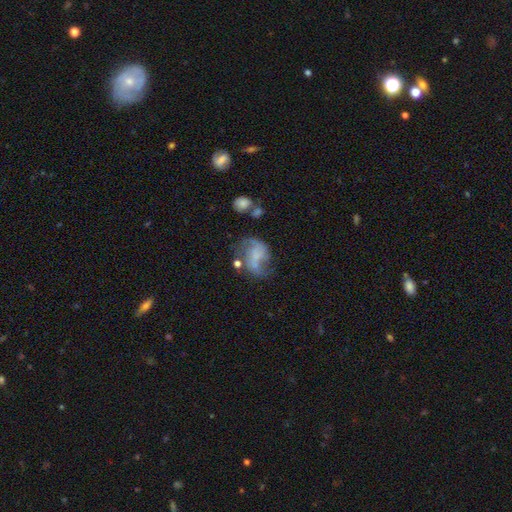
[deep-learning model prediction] This appears to be a featured or disk galaxy (68%) with no bar (55%), 2 (76%) loose (56%) spiral arms (82%) and no central bulge (54%). Merging: none (43%).